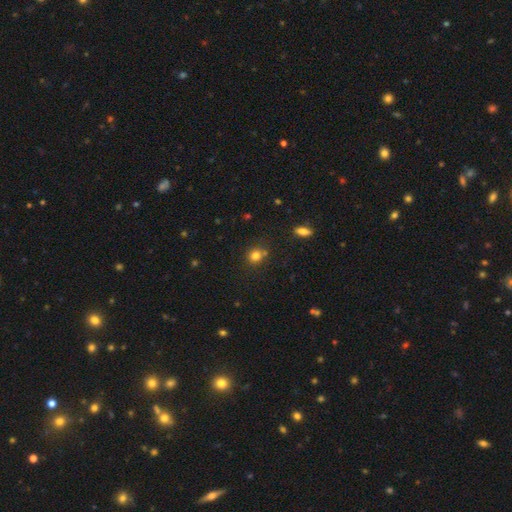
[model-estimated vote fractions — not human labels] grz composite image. It shows a smooth galaxy with no disk features (78%) that is round (81%). Merging: none (68%).